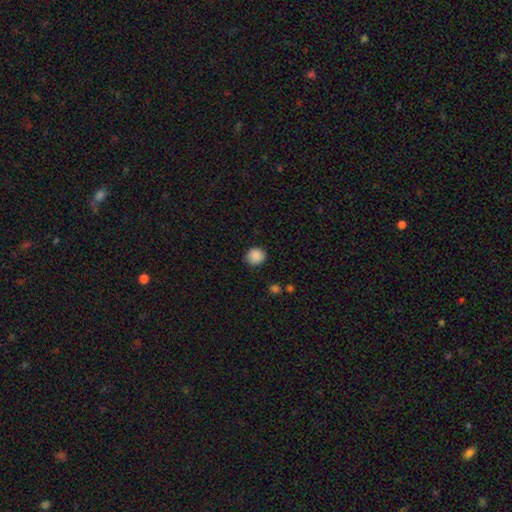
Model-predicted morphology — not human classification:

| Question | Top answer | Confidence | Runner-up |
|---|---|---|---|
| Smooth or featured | smooth | 88% | star or artifact (9%) |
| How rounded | round | 85% | in between (14%) |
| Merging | none | 88% | minor disturbance (9%) |